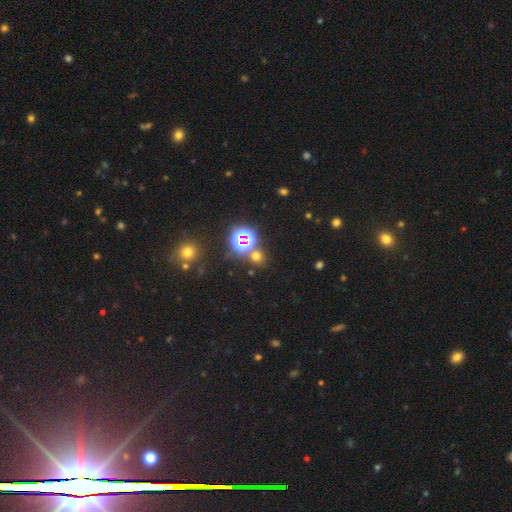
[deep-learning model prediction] Smooth or featured?
  - smooth: 49% *
  - star or artifact: 44%
  - featured or disk: 7%
Merging?
  - none: 77% *
  - merger: 11%
  - minor disturbance: 8%
  - major disturbance: 4%